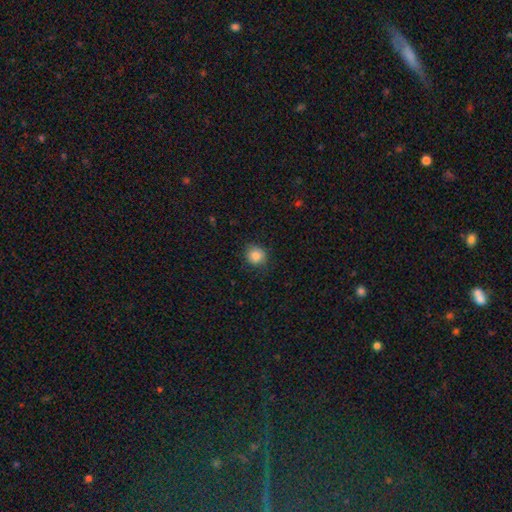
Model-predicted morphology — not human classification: smooth-or-featured: smooth: 85% | star or artifact: 10% | featured or disk: 5%
  how-rounded: round: 87% | in between: 12% | cigar-shaped: 1%
  merging: none: 82% | minor disturbance: 13% | major disturbance: 4% | merger: 1%